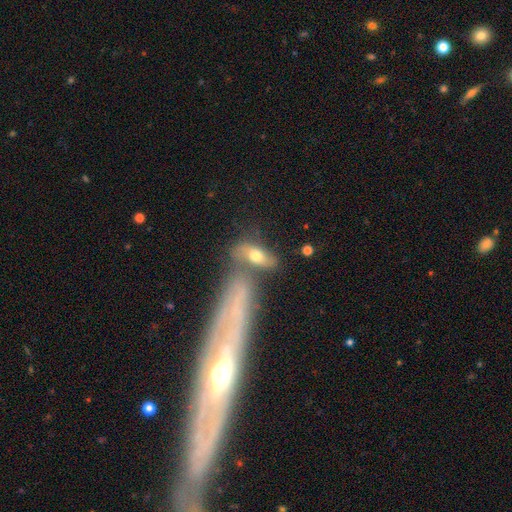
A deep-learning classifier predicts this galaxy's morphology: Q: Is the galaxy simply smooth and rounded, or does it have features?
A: smooth — 55%.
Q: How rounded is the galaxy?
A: in between — 74%.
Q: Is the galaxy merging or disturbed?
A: merger — 39%.